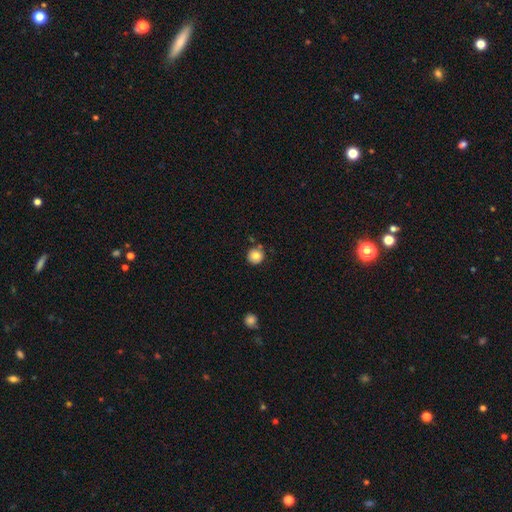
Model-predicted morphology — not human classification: smooth_or_featured: smooth (p=0.80) [alt: featured or disk p=0.10]
how_rounded: round (p=0.92) [alt: in between p=0.07]
merging: none (p=0.81) [alt: minor disturbance p=0.11]